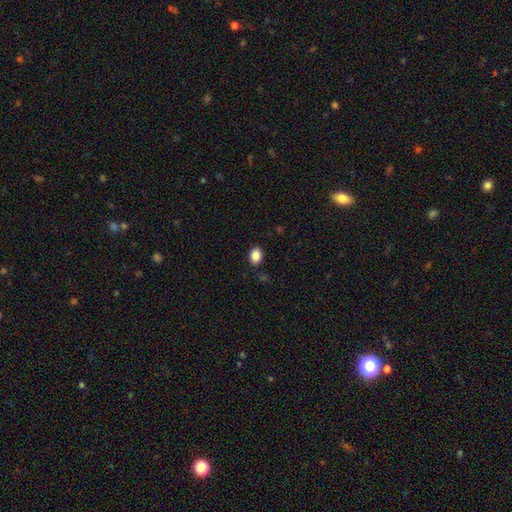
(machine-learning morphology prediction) Smooth or featured? Predicted: smooth (p=0.87). How rounded? Predicted: in between (p=0.66). Merging? Predicted: none (p=0.88).